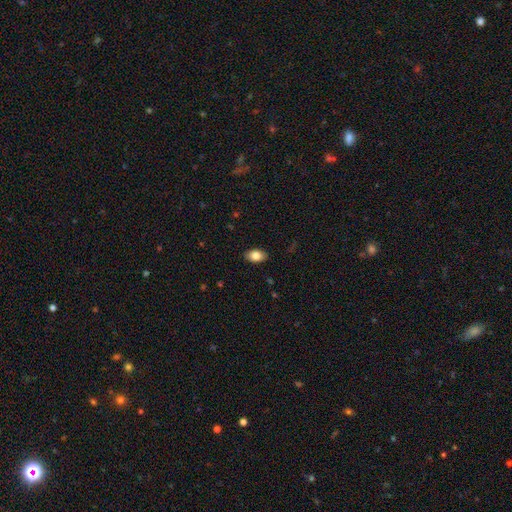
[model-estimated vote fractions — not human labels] This appears to be a smooth galaxy with no disk features (83%) that is in between round and cigar-shaped (90%). Merging: none (87%).